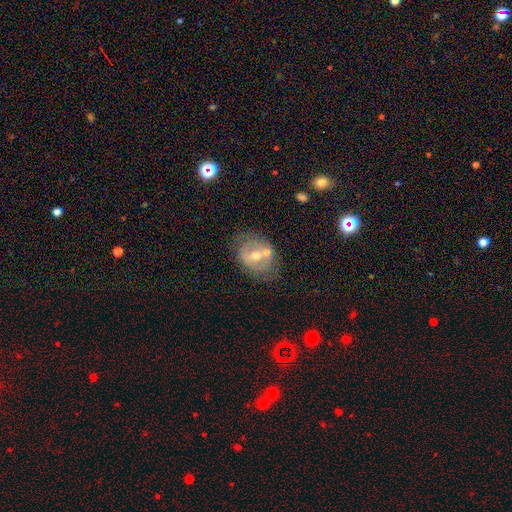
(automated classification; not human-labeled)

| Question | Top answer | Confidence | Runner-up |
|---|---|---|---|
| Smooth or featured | featured or disk | 63% | smooth (28%) |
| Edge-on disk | no | 94% | yes (6%) |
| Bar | no | 40% | weak (37%) |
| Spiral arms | no | 66% | yes (34%) |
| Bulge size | moderate | 70% | small (25%) |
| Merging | none | 58% | minor disturbance (19%) |